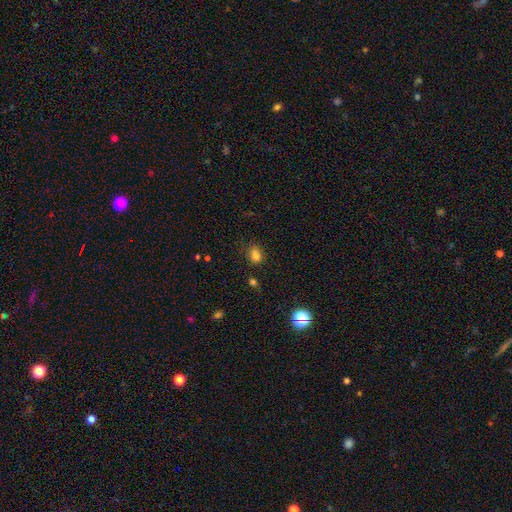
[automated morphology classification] Q: Smooth or featured?
A: smooth (71%); runner-up: star or artifact (21%)
Q: How rounded?
A: in between (53%); runner-up: round (45%)
Q: Merging?
A: none (55%); runner-up: merger (20%)